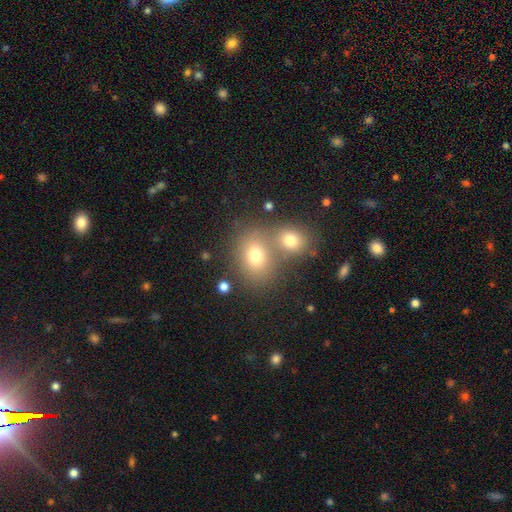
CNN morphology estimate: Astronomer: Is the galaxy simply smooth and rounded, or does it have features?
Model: smooth — 74%.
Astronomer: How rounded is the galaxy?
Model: round — 63%.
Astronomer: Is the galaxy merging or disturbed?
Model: none — 45% (runner-up: merger, 43%).